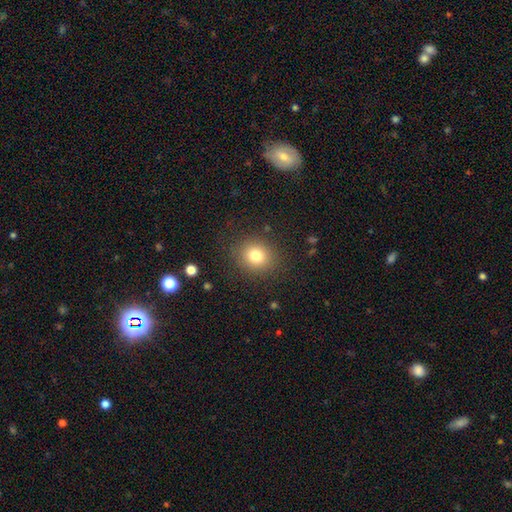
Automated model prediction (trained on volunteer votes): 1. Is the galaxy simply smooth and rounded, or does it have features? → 79% smooth, 12% star or artifact, 8% featured or disk.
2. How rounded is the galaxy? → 80% round, 20% in between, 1% cigar-shaped.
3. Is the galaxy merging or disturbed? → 87% none, 8% minor disturbance, 4% major disturbance, 1% merger.